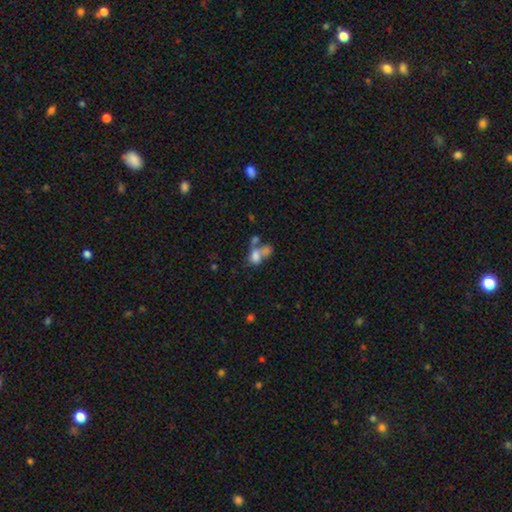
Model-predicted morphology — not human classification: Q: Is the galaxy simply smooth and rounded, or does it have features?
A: smooth — 69%.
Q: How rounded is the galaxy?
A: in between — 63%.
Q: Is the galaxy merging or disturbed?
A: merger — 55%.